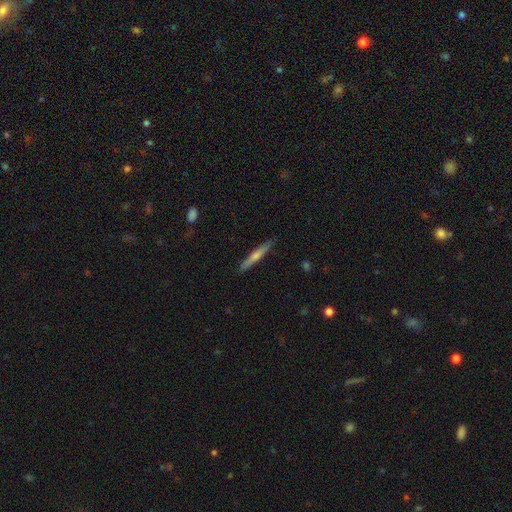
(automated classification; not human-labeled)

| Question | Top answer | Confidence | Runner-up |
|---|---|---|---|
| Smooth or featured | featured or disk | 58% | smooth (35%) |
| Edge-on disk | yes | 97% | no (3%) |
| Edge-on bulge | rounded | 71% | none (23%) |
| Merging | none | 90% | minor disturbance (7%) |